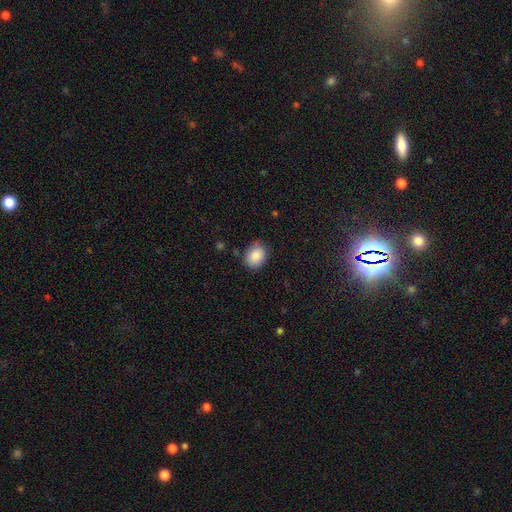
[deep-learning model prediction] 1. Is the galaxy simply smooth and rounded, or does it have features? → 87% smooth, 7% star or artifact, 6% featured or disk.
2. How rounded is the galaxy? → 64% in between, 35% round, 1% cigar-shaped.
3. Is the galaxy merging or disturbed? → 78% none, 17% minor disturbance, 3% major disturbance, 2% merger.